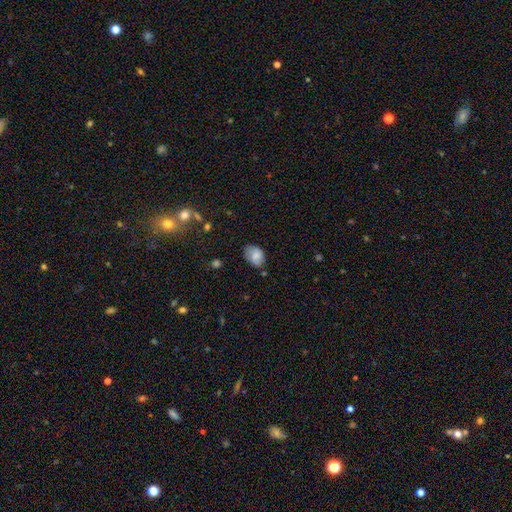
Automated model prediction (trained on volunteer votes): Smooth or featured? smooth (79%)
How rounded? in between (79%)
Merging? none (66%)